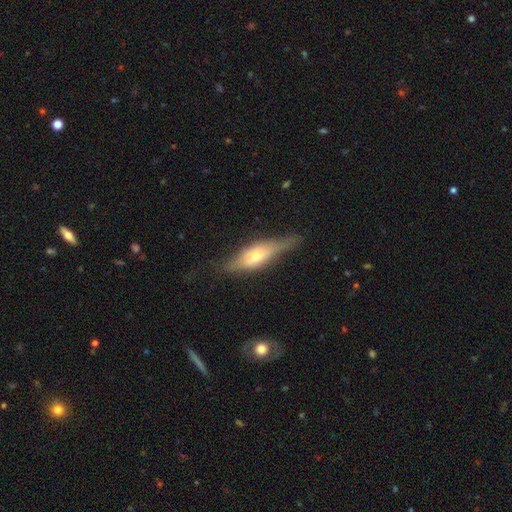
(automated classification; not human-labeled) This appears to be a featured or disk galaxy (58%) viewed edge-on (84%). Merging: none (66%).